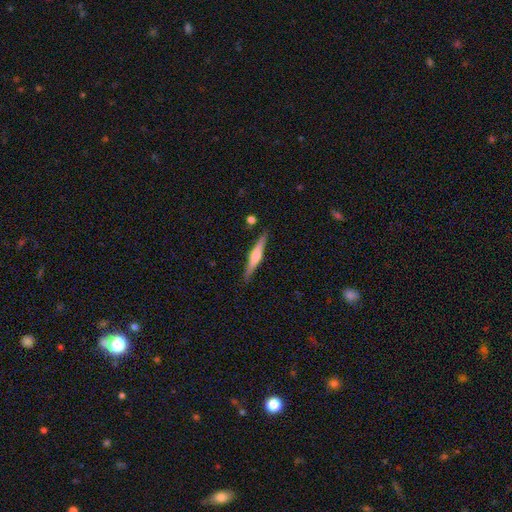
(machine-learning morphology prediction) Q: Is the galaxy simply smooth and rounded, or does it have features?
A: featured or disk — 65%.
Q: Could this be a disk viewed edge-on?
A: yes — 97%.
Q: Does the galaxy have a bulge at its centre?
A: rounded — 82%.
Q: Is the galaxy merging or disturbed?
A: none — 88%.